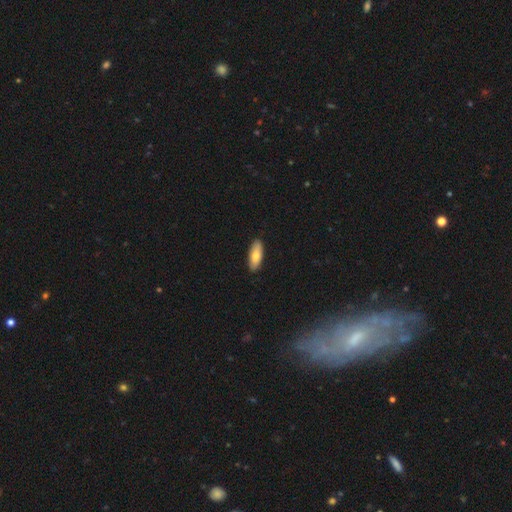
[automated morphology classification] Smooth or featured? Predicted: smooth (p=0.76). How rounded? Predicted: in between (p=0.74). Merging? Predicted: none (p=0.90).